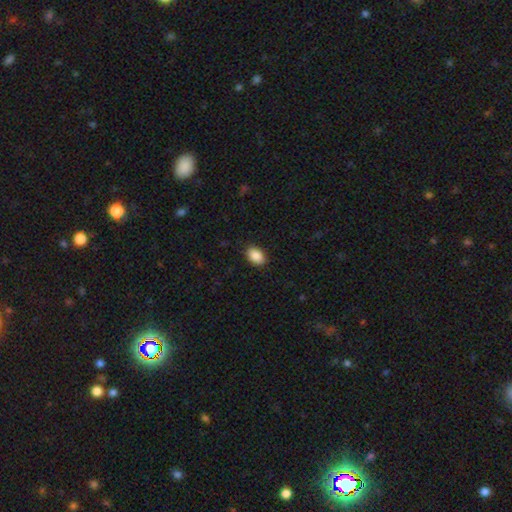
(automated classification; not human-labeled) A smooth galaxy with no disk features (89%) that is in between round and cigar-shaped (86%). Merging: none (88%).